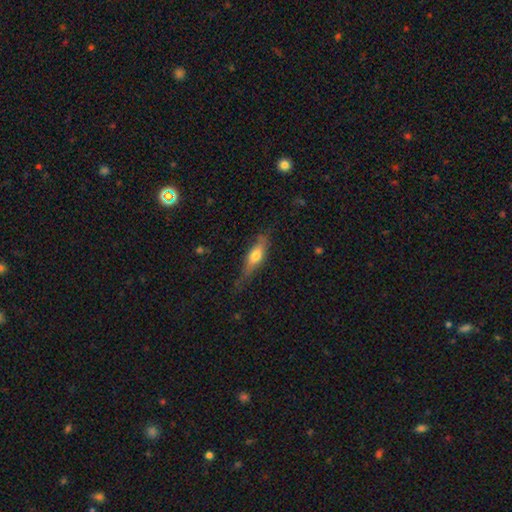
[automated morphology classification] A smooth galaxy with no disk features (56%) that is cigar-shaped (54%).

Vote fractions:
- Smooth or featured? smooth: 56% / featured or disk: 38% / star or artifact: 6%
- How rounded? cigar-shaped: 54% / in between: 43% / round: 3%
- Merging? none: 61% / minor disturbance: 28% / major disturbance: 9% / merger: 2%